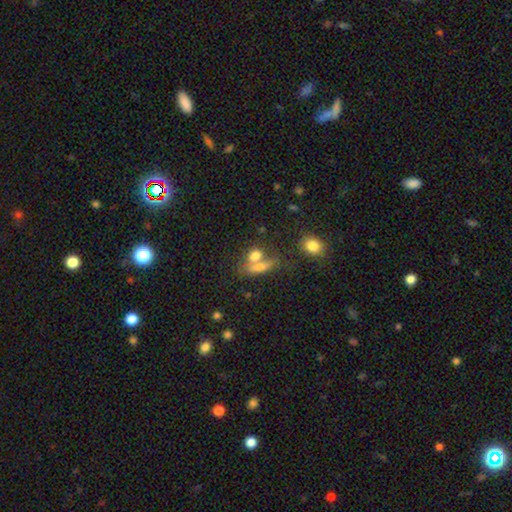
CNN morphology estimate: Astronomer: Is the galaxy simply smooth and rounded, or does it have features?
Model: smooth — 74%.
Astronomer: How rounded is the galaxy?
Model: in between — 54% (runner-up: round, 31%).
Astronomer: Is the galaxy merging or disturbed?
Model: merger — 44% (runner-up: none, 40%).